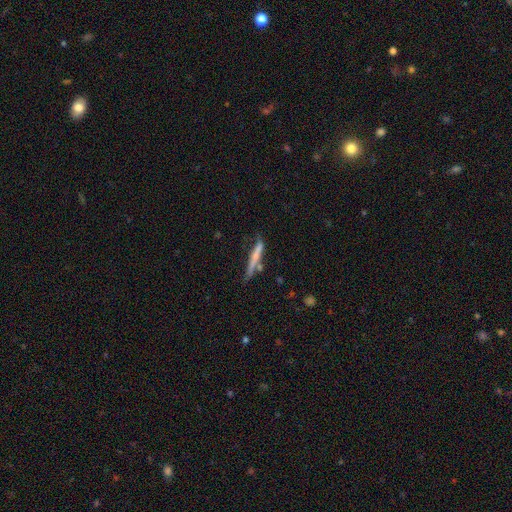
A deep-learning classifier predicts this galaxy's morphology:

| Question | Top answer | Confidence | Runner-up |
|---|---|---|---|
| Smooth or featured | smooth | 53% | featured or disk (40%) |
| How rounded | cigar-shaped | 94% | in between (5%) |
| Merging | none | 58% | minor disturbance (22%) |